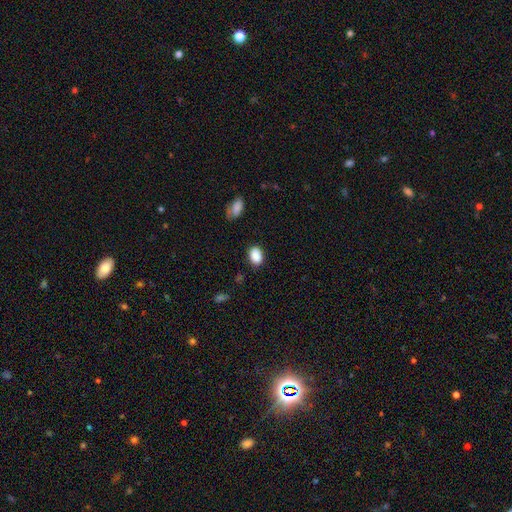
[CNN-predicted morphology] A smooth galaxy with no disk features (89%) that is in between round and cigar-shaped (82%).

Vote fractions:
- Smooth or featured? smooth: 89% / star or artifact: 8% / featured or disk: 3%
- How rounded? in between: 82% / round: 17% / cigar-shaped: 1%
- Merging? none: 82% / minor disturbance: 13% / major disturbance: 3% / merger: 2%